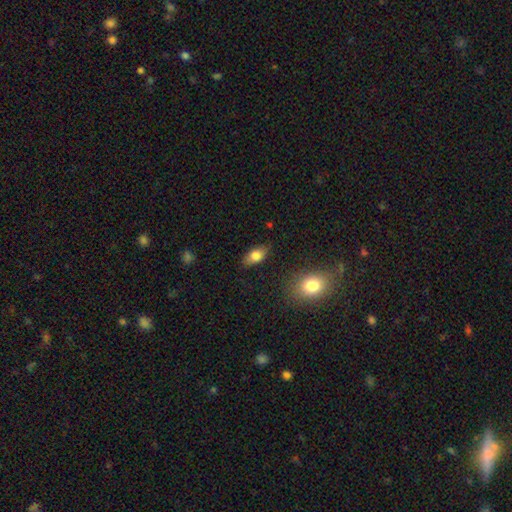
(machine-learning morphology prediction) A smooth galaxy with no disk features (80%) that is in between round and cigar-shaped (88%).

Vote fractions:
- Smooth or featured? smooth: 80% / featured or disk: 12% / star or artifact: 8%
- How rounded? in between: 88% / round: 6% / cigar-shaped: 5%
- Merging? none: 83% / minor disturbance: 13% / major disturbance: 3% / merger: 2%